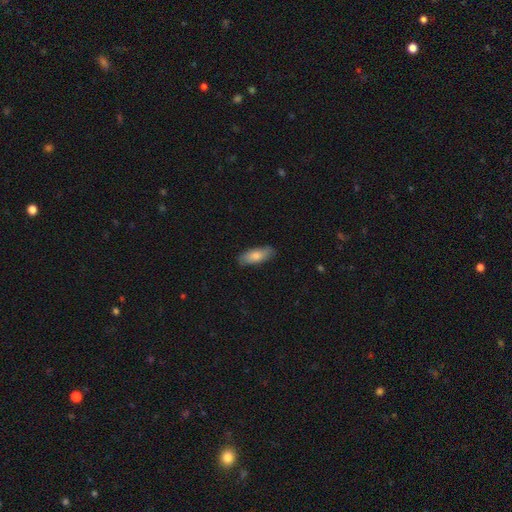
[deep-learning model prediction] A smooth galaxy with no disk features (79%) that is in between round and cigar-shaped (73%). Merging: none (85%).